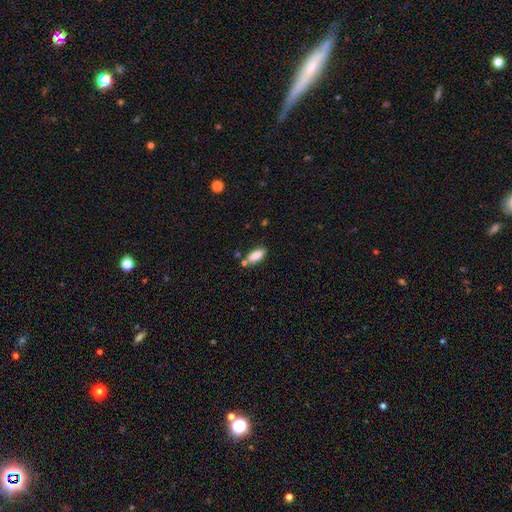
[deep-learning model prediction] The model was most divided on "merging": none: 68%, minor disturbance: 16%, merger: 12%, major disturbance: 4%. More confident: smooth or featured — smooth (86%); how rounded — in between (82%).